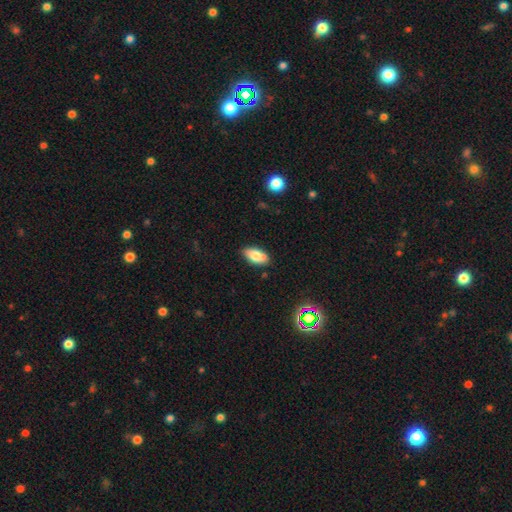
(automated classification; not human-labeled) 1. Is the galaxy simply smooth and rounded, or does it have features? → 79% smooth, 14% featured or disk, 8% star or artifact.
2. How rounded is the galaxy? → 90% in between, 6% cigar-shaped, 3% round.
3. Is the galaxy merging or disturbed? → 81% none, 14% minor disturbance, 3% merger, 2% major disturbance.